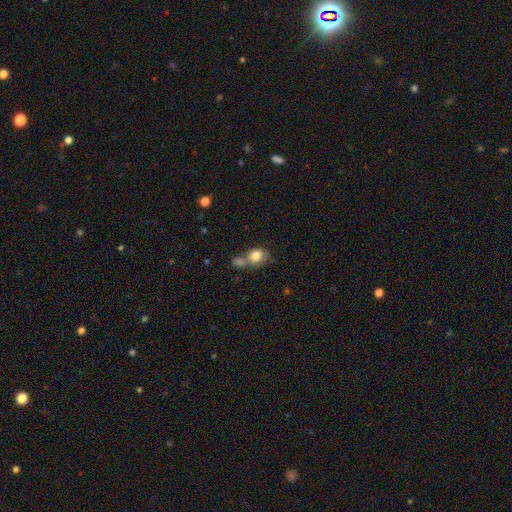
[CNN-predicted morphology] Smooth or featured? Predicted: smooth (p=0.81). How rounded? Predicted: round (p=0.66). Merging? Predicted: merger (p=0.48).